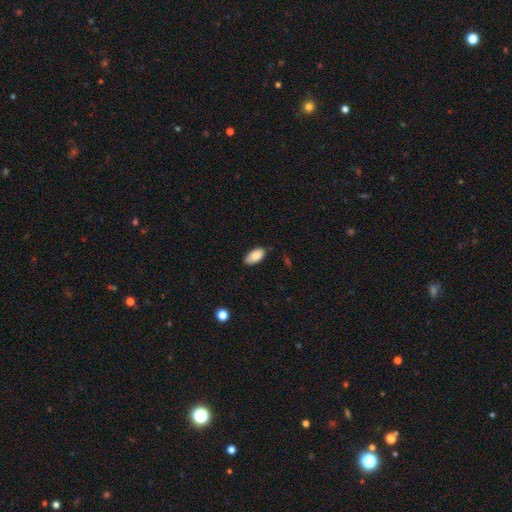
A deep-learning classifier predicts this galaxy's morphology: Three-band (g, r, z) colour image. It shows a smooth galaxy with no disk features (87%) that is in between round and cigar-shaped (94%). Merging: none (78%).